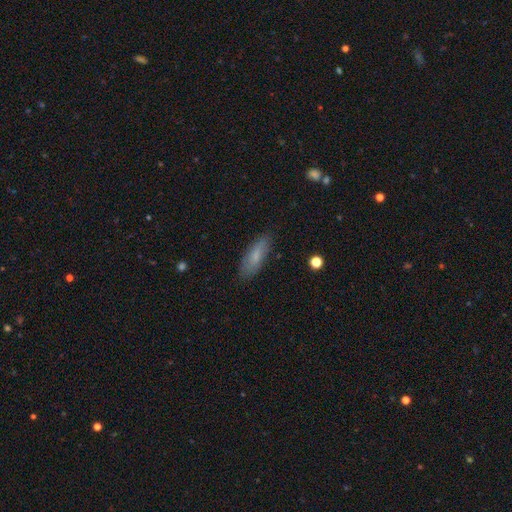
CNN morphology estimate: The model was most divided on "how rounded": in between: 59%, cigar-shaped: 39%, round: 2%. More confident: merging — none (82%); smooth or featured — smooth (75%).